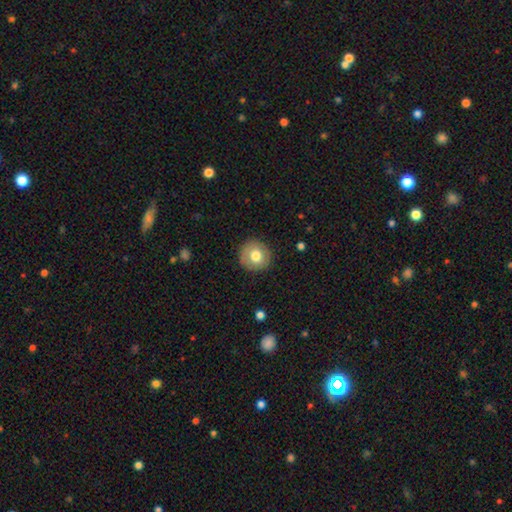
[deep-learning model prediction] This appears to be a smooth galaxy with no disk features (77%) that is round (93%). Merging: none (90%).